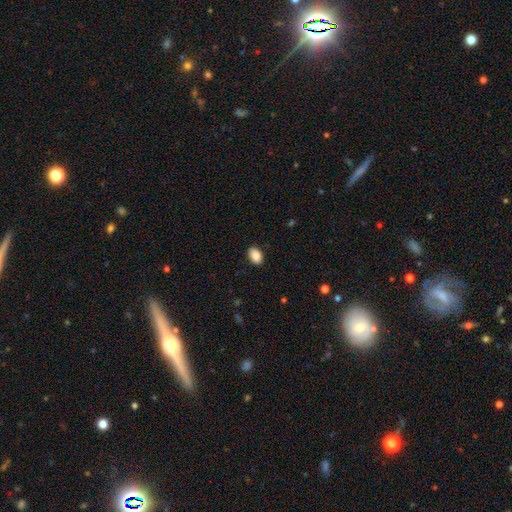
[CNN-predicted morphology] smooth_or_featured: smooth (p=0.89) [alt: star or artifact p=0.07]
how_rounded: in between (p=0.85) [alt: round p=0.14]
merging: none (p=0.88) [alt: minor disturbance p=0.09]